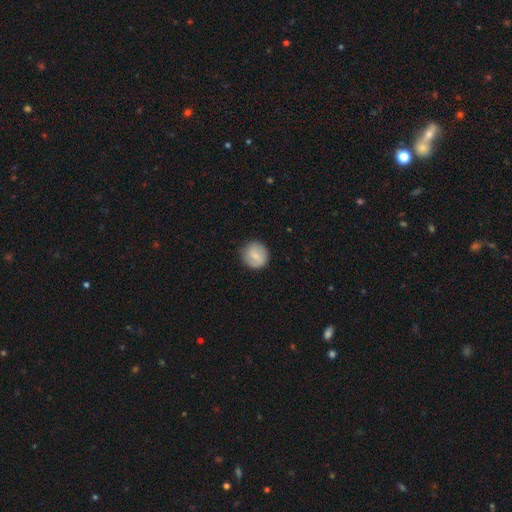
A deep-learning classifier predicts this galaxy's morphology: smooth-or-featured: smooth: 70% | featured or disk: 23% | star or artifact: 7%
  how-rounded: round: 92% | in between: 7% | cigar-shaped: 1%
  merging: none: 84% | minor disturbance: 12% | major disturbance: 3% | merger: 1%